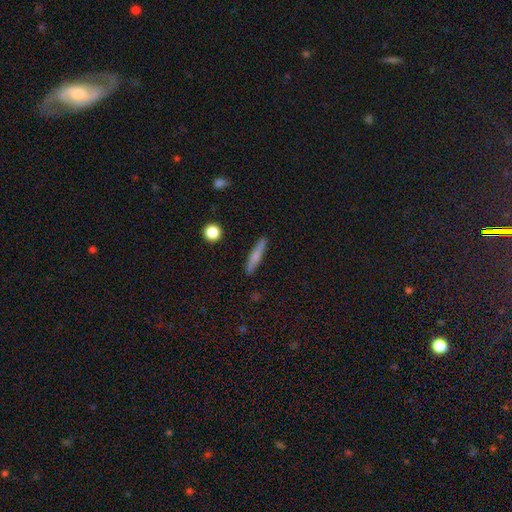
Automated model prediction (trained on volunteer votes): A smooth galaxy with no disk features (67%) that is cigar-shaped (90%).

Vote fractions:
- Smooth or featured? smooth: 67% / featured or disk: 26% / star or artifact: 7%
- How rounded? cigar-shaped: 90% / in between: 8% / round: 2%
- Merging? none: 88% / minor disturbance: 8% / major disturbance: 2% / merger: 2%